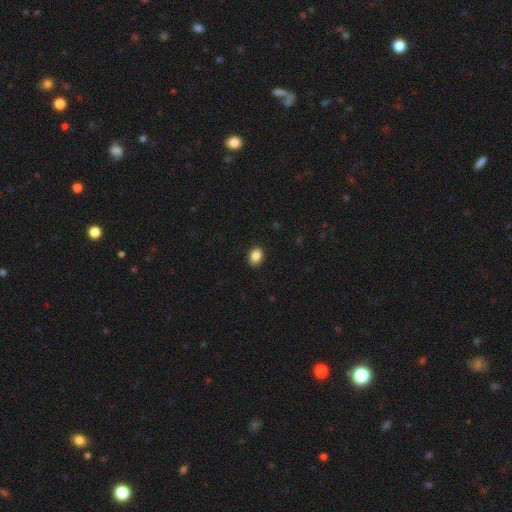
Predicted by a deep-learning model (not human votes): Q: Smooth or featured?
A: smooth (88%); runner-up: star or artifact (9%)
Q: How rounded?
A: in between (70%); runner-up: round (29%)
Q: Merging?
A: none (89%); runner-up: minor disturbance (8%)